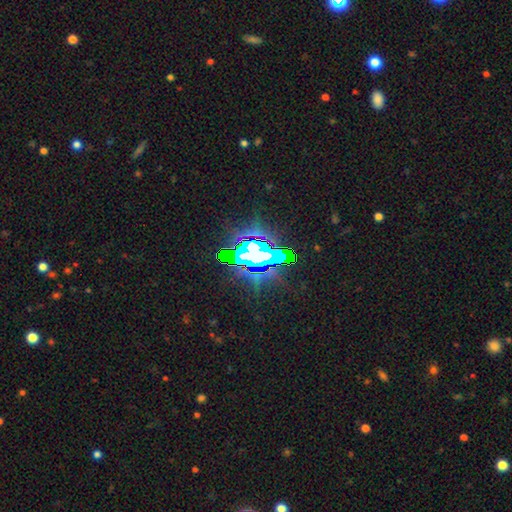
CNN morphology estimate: A star or artifact, not a galaxy (70%).

Vote fractions:
- Smooth or featured? star or artifact: 70% / featured or disk: 19% / smooth: 12%